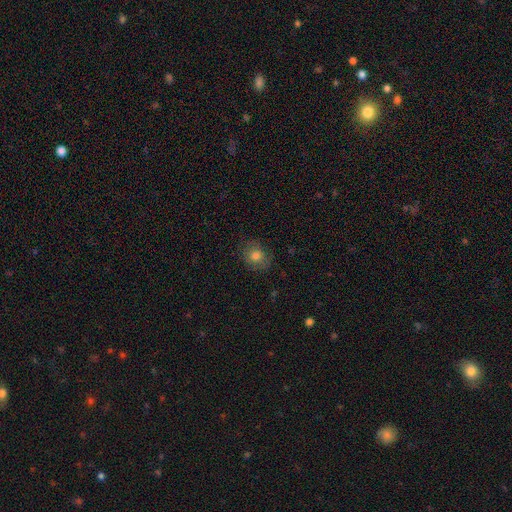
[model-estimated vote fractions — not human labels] This appears to be a smooth galaxy with no disk features (78%) that is round (63%). Merging: none (82%).